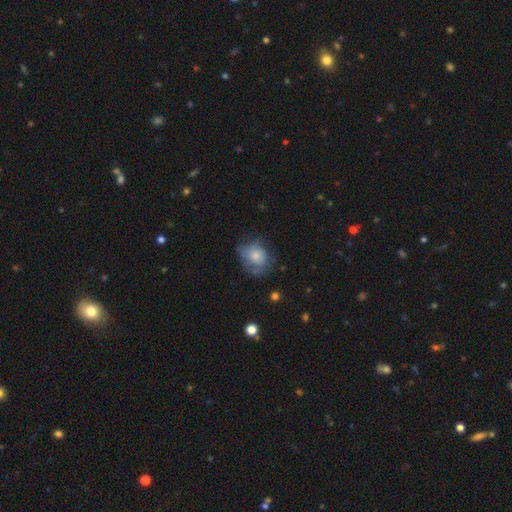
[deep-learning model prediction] This appears to be a smooth galaxy with no disk features (60%) that is round (55%). Merging: none (46%).